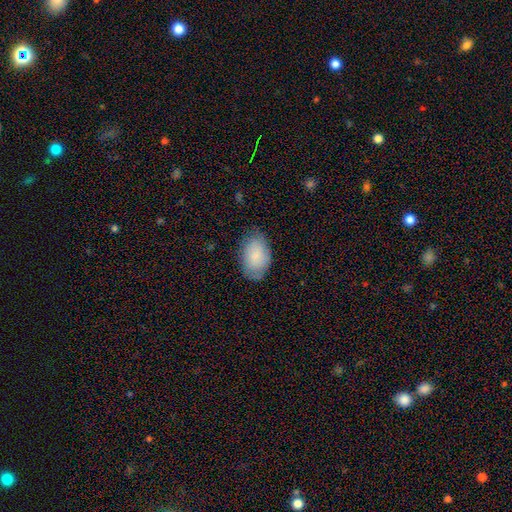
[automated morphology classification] type=smooth (81%); roundness=in between (93%); merging=none (74%).